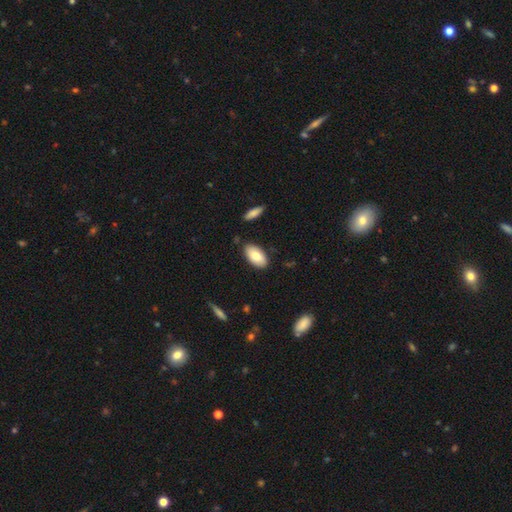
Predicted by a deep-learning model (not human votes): Q: Smooth or featured?
A: smooth (81%); runner-up: featured or disk (12%)
Q: How rounded?
A: in between (95%); runner-up: cigar-shaped (3%)
Q: Merging?
A: none (84%); runner-up: minor disturbance (11%)